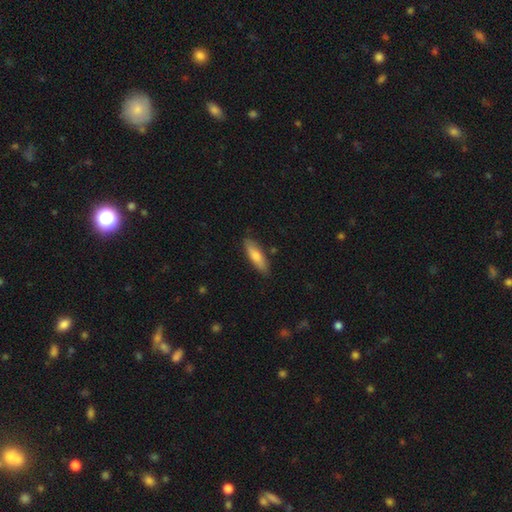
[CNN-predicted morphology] smooth_or_featured: smooth (p=0.76) [alt: featured or disk p=0.18]
how_rounded: cigar-shaped (p=0.59) [alt: in between p=0.39]
merging: none (p=0.85) [alt: minor disturbance p=0.12]